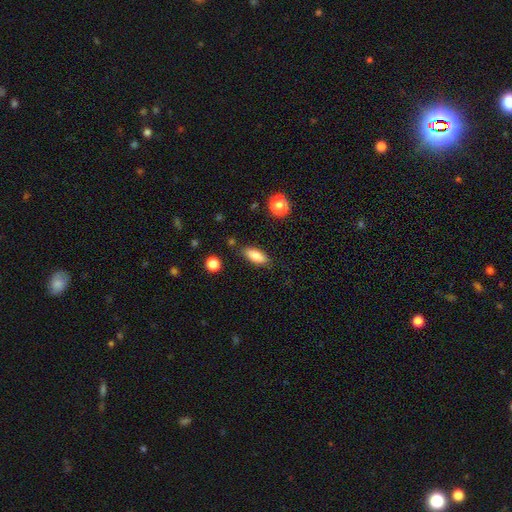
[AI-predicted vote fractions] Q: Smooth or featured?
A: smooth (84%); runner-up: featured or disk (9%)
Q: How rounded?
A: in between (73%); runner-up: cigar-shaped (25%)
Q: Merging?
A: none (81%); runner-up: minor disturbance (13%)